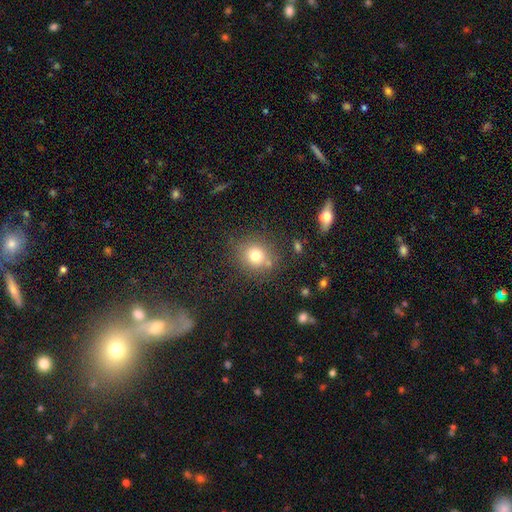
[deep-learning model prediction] Smooth or featured? Predicted: smooth (p=0.76). How rounded? Predicted: round (p=0.82). Merging? Predicted: none (p=0.77).